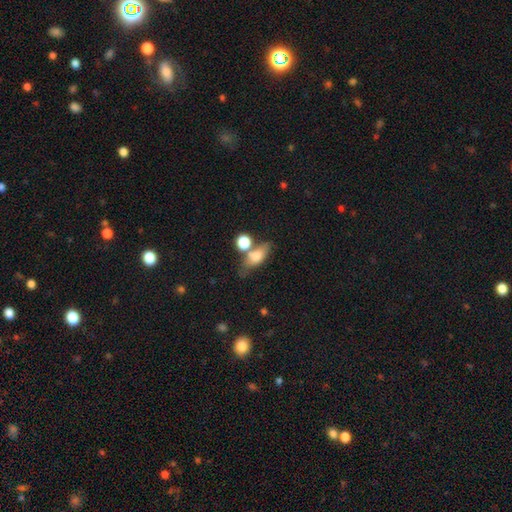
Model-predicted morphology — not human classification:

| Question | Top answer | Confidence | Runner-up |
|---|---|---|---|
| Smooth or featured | smooth | 68% | featured or disk (23%) |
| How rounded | in between | 66% | cigar-shaped (19%) |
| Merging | none | 49% | merger (26%) |